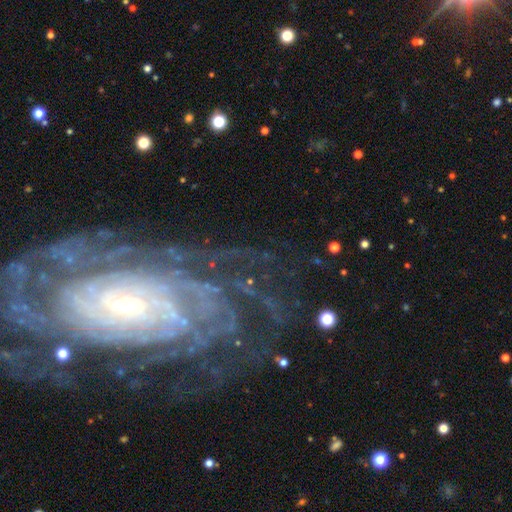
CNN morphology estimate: Smooth or featured: featured or disk — 87% (star or artifact — 7%)
Edge-on disk: no — 95% (yes — 5%)
Bar: no — 51% (weak — 32%)
Spiral arms: yes — 97% (no — 3%)
Spiral winding: tight — 81% (medium — 15%)
Spiral arm count: more than 4 — 29% (tied with can't tell — 29%)
Bulge size: small — 71% (moderate — 22%)
Merging: none — 76% (minor disturbance — 14%)